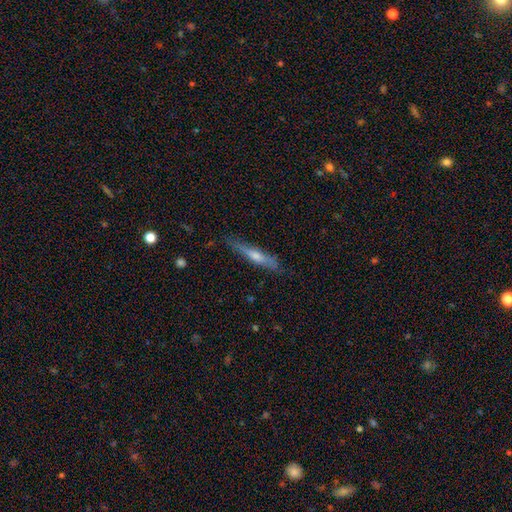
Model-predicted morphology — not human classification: Q: Smooth or featured?
A: featured or disk (52%); runner-up: smooth (41%)
Q: Edge-on disk?
A: yes (92%); runner-up: no (8%)
Q: Merging?
A: none (80%); runner-up: minor disturbance (16%)